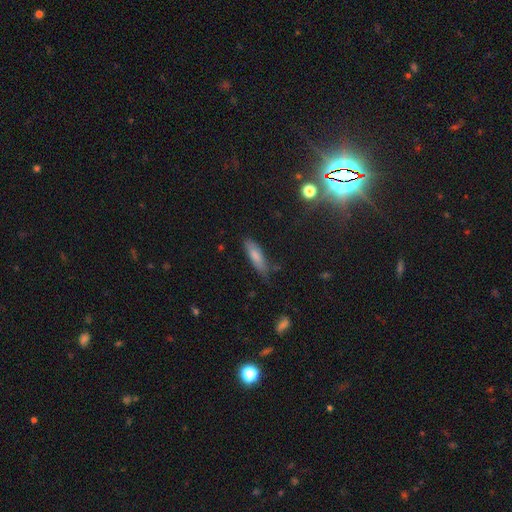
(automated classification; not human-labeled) Smooth or featured: smooth — 78% (featured or disk — 15%)
How rounded: cigar-shaped — 61% (in between — 37%)
Merging: none — 66% (minor disturbance — 26%)